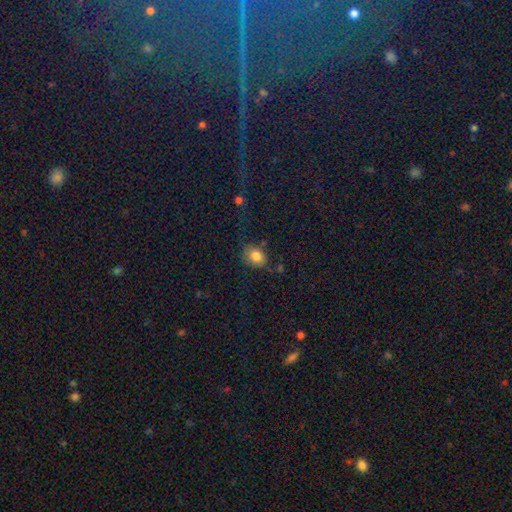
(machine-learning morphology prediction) smooth 81%, star or artifact 10%, featured or disk 9%. Down the decision tree: how rounded — in between (56%); merging — none (70%).